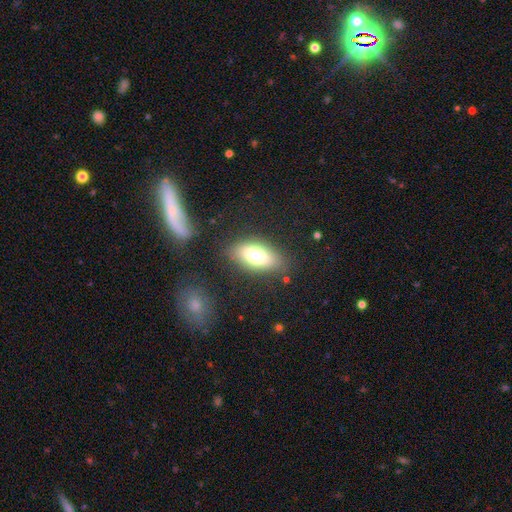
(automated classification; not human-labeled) Overall: smooth (69%). How rounded: in between (85%). Merging: none (81%).